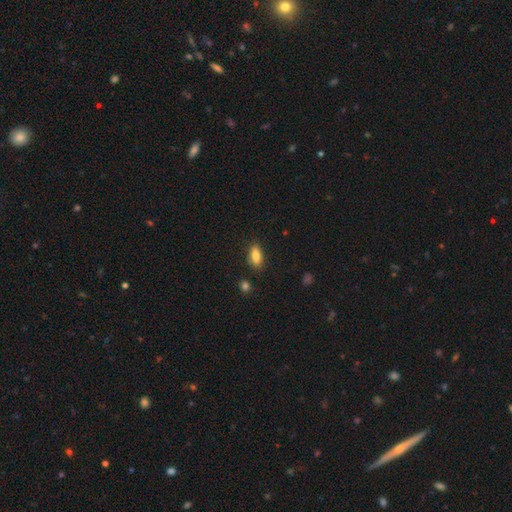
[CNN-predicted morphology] The model was most divided on "how rounded": in between: 83%, cigar-shaped: 13%, round: 4%. More confident: smooth or featured — smooth (86%); merging — none (84%).